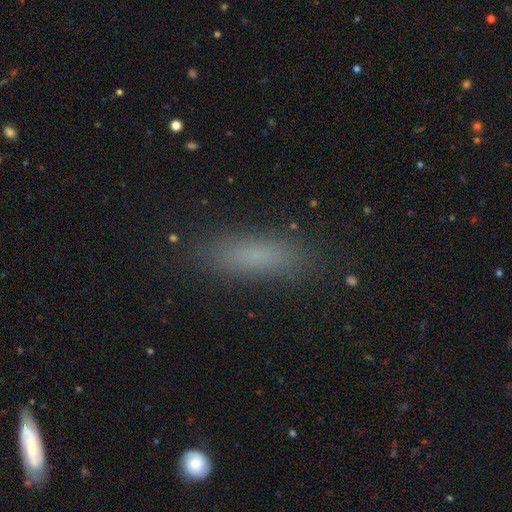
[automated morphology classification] Q: Smooth or featured?
A: smooth (77%); runner-up: star or artifact (12%)
Q: How rounded?
A: cigar-shaped (61%); runner-up: in between (37%)
Q: Merging?
A: none (87%); runner-up: minor disturbance (9%)